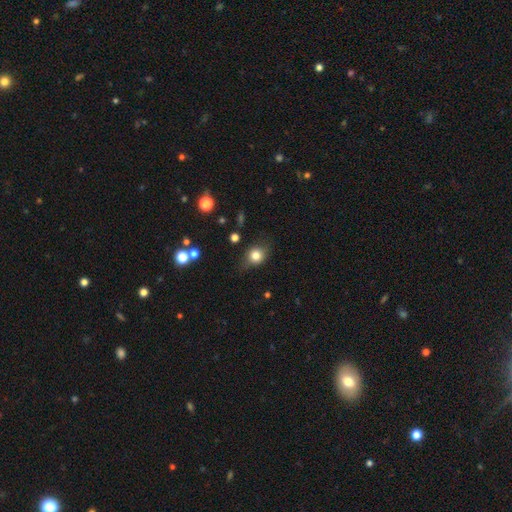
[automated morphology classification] Smooth or featured: smooth — 79% (star or artifact — 11%)
How rounded: round — 65% (in between — 34%)
Merging: none — 72% (minor disturbance — 20%)